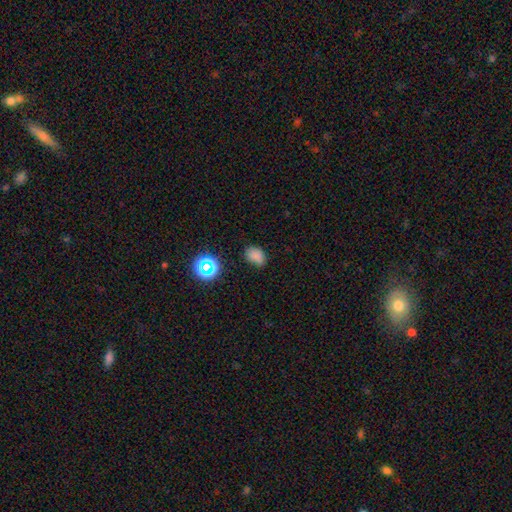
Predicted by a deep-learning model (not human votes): Smooth or featured: smooth — 77% (star or artifact — 17%)
How rounded: in between — 75% (round — 24%)
Merging: none — 73% (minor disturbance — 20%)